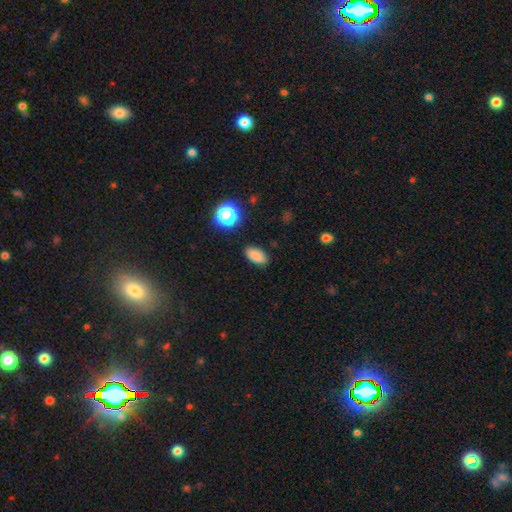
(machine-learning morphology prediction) smooth_or_featured: smooth (p=0.83) [alt: star or artifact p=0.12]
how_rounded: in between (p=0.91) [alt: round p=0.07]
merging: none (p=0.86) [alt: minor disturbance p=0.10]